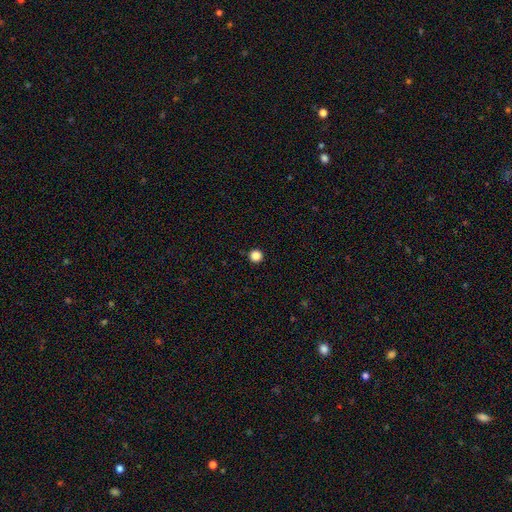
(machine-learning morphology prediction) smooth 86%, star or artifact 12%, featured or disk 3%. Down the decision tree: how rounded — round (96%); merging — none (93%).